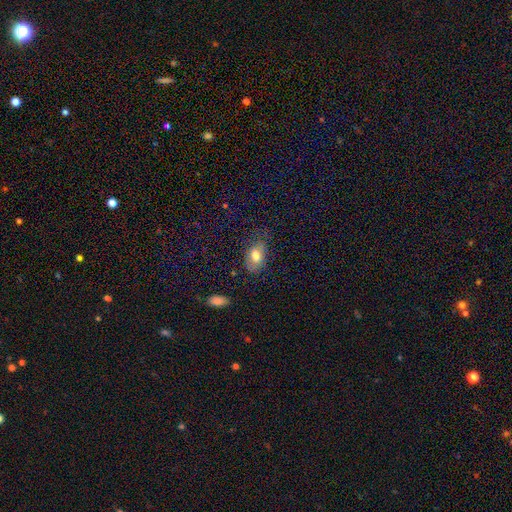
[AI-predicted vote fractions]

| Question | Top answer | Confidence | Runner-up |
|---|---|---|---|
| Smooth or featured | smooth | 73% | featured or disk (19%) |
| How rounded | in between | 88% | round (11%) |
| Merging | none | 60% | minor disturbance (28%) |